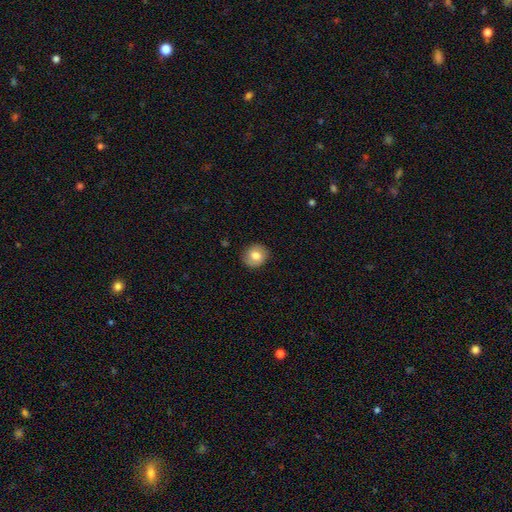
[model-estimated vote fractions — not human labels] Overall: smooth (76%). How rounded: round (80%). Merging: none (88%).